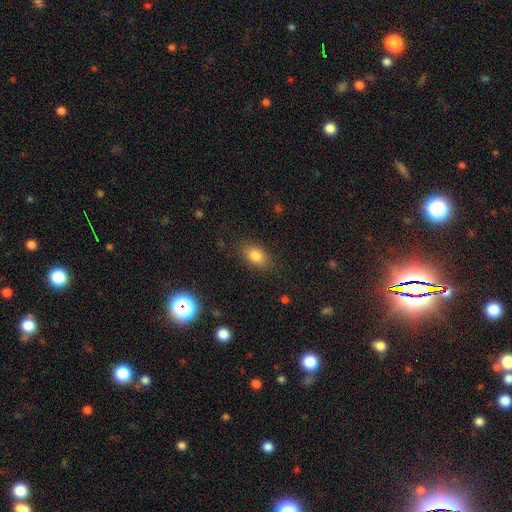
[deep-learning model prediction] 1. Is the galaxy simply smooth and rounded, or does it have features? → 82% smooth, 10% star or artifact, 8% featured or disk.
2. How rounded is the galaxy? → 84% in between, 13% round, 3% cigar-shaped.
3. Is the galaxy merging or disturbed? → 83% none, 12% minor disturbance, 4% major disturbance, 1% merger.